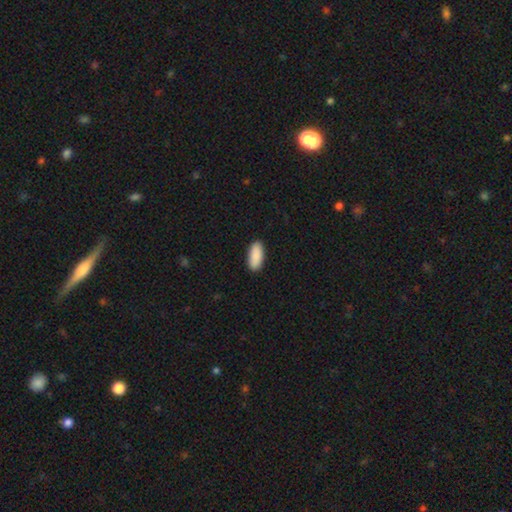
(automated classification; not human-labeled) Morphology: type=smooth (91%); roundness=in between (87%); merging=none (90%).